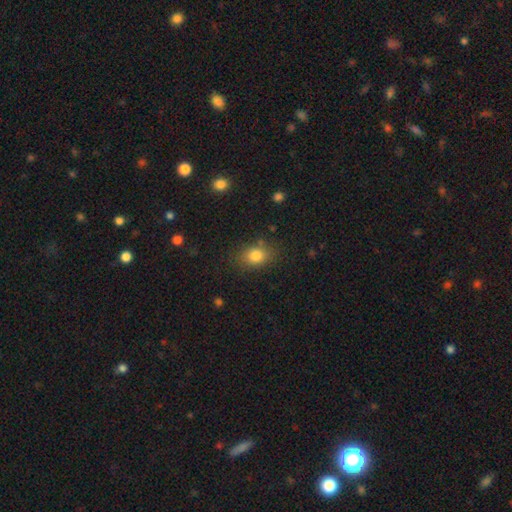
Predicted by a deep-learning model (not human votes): Smooth or featured?
  - smooth: 81% *
  - star or artifact: 11%
  - featured or disk: 8%
How rounded?
  - in between: 62% *
  - round: 36%
  - cigar-shaped: 1%
Merging?
  - none: 79% *
  - minor disturbance: 14%
  - major disturbance: 4%
  - merger: 3%